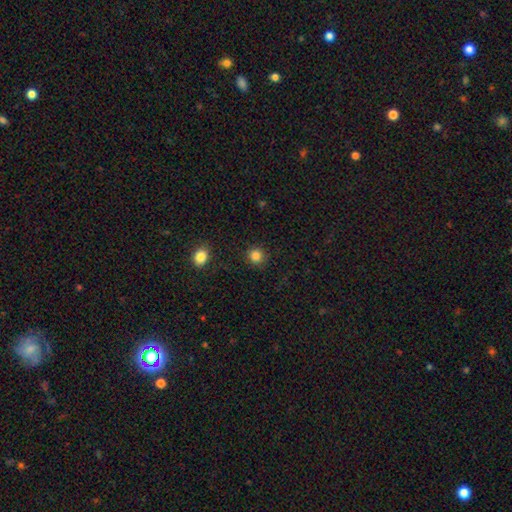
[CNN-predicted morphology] This is clearly a smooth galaxy (85%). How rounded: clearly round (91%). Merging: clearly none (89%).